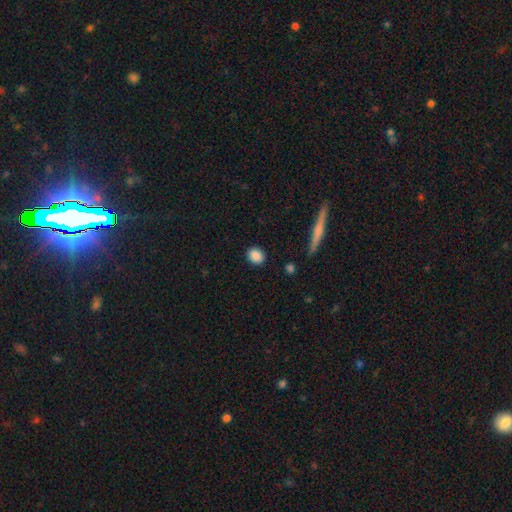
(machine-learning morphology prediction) Smooth or featured? smooth (87%)
How rounded? round (53%)
Merging? none (89%)